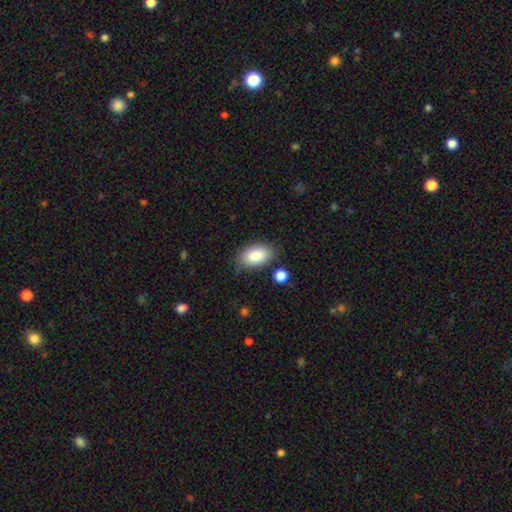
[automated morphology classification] This appears to be a smooth galaxy with no disk features (86%) that is in between round and cigar-shaped (93%). Merging: none (76%).